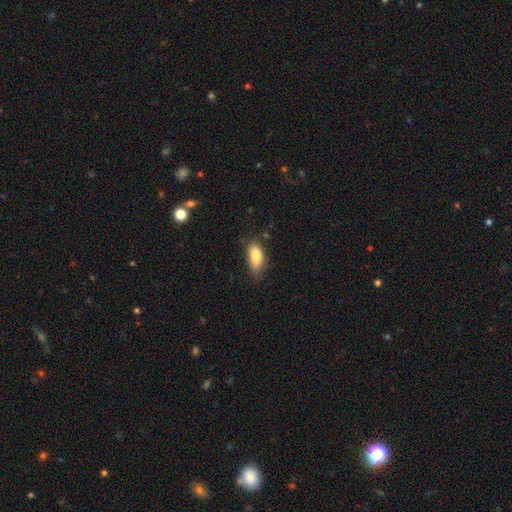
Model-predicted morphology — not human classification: A smooth galaxy with no disk features (86%) that is in between round and cigar-shaped (86%). Merging: none (65%).